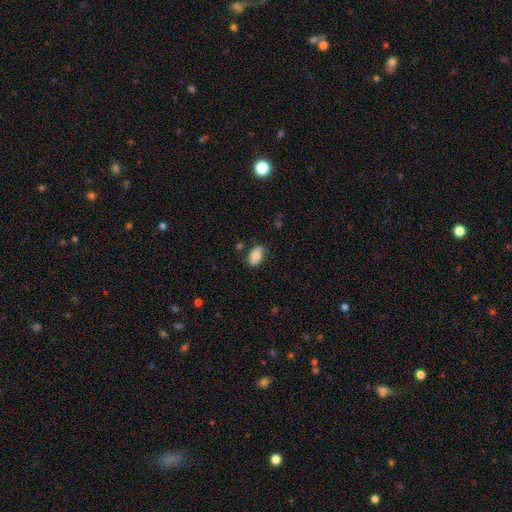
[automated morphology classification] Smooth or featured?
  - smooth: 78% *
  - featured or disk: 15%
  - star or artifact: 7%
How rounded?
  - in between: 92% *
  - round: 6%
  - cigar-shaped: 2%
Merging?
  - none: 76% *
  - minor disturbance: 18%
  - major disturbance: 3%
  - merger: 3%